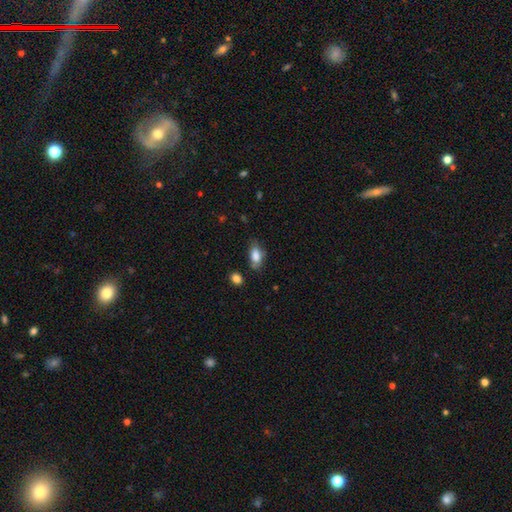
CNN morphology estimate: Overall: smooth (82%). How rounded: in between (88%). Merging: none (63%; minor disturbance 26%).